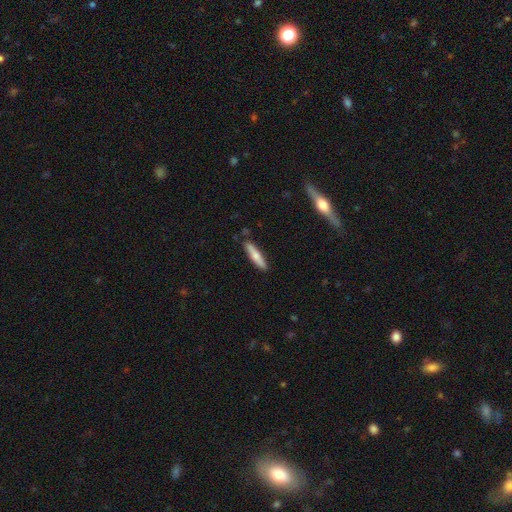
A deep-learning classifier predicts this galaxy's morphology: Smooth or featured?
  - smooth: 66% *
  - featured or disk: 28%
  - star or artifact: 6%
How rounded?
  - cigar-shaped: 85% *
  - in between: 13%
  - round: 2%
Merging?
  - none: 86% *
  - minor disturbance: 10%
  - merger: 2%
  - major disturbance: 2%